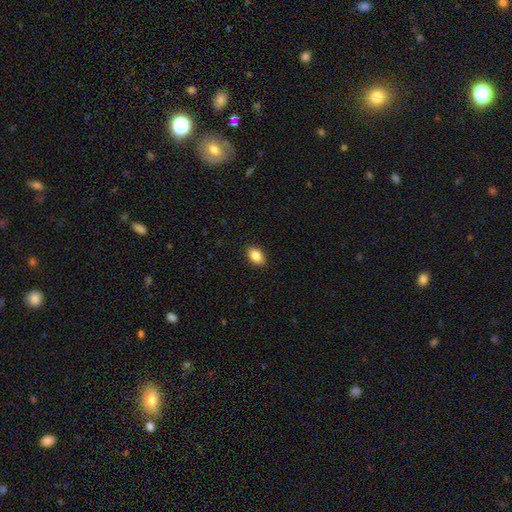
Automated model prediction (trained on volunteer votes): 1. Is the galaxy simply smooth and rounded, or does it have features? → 87% smooth, 8% star or artifact, 5% featured or disk.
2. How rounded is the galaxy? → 86% in between, 13% round, 1% cigar-shaped.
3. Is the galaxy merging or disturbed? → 90% none, 7% minor disturbance, 2% major disturbance, 1% merger.